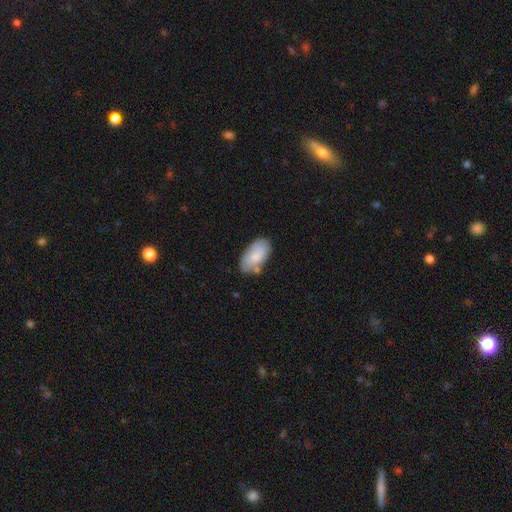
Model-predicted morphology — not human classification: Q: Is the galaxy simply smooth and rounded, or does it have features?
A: smooth — 72%.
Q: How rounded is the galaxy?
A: in between — 95%.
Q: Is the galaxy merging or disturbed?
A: none — 63%.